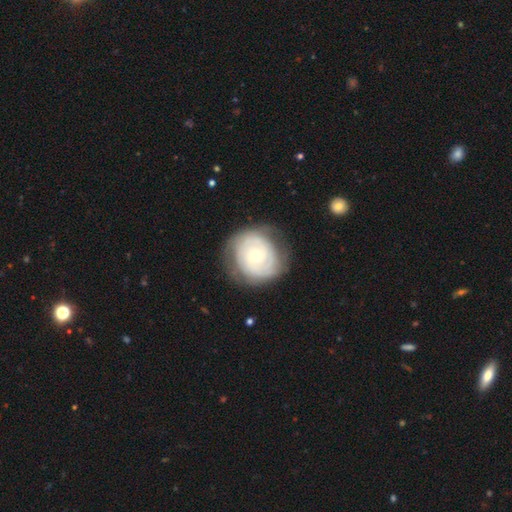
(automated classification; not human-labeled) The model was most divided on "bulge size": moderate: 57%, small: 38%, large: 3%, dominant: 1%, none: 1%. More confident: edge-on disk — no (97%); bar — no (79%); spiral arms — yes (75%); merging — none (69%); smooth or featured — featured or disk (67%).